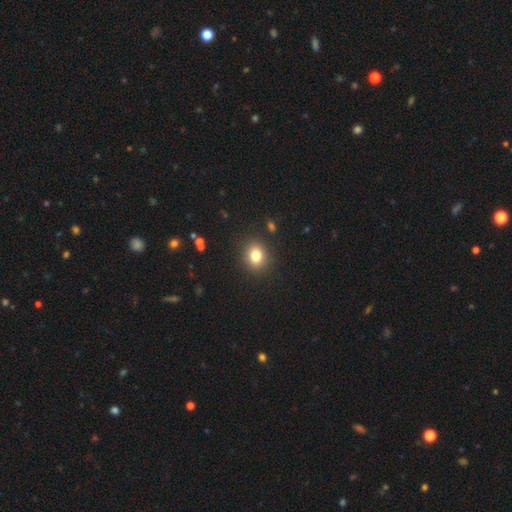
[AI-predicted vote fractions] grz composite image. It shows a smooth galaxy with no disk features (80%) that is round (67%). Merging: none (89%).